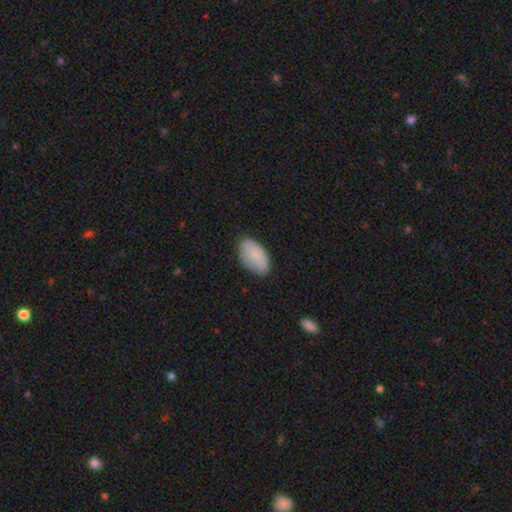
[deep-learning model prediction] This appears to be a smooth galaxy with no disk features (81%) that is in between round and cigar-shaped (94%). Merging: none (74%).